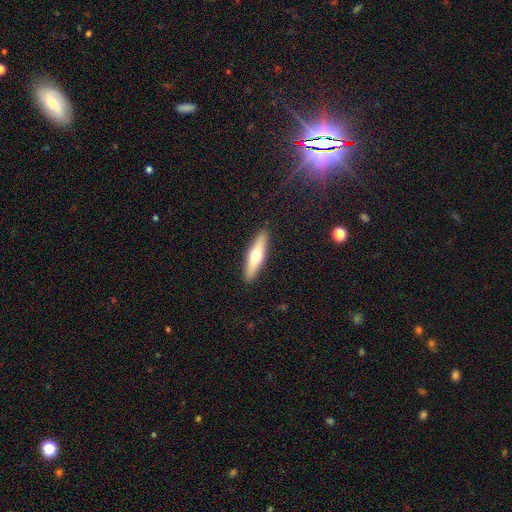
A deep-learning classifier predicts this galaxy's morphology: Q: Smooth or featured?
A: smooth (52%); runner-up: featured or disk (42%)
Q: How rounded?
A: cigar-shaped (73%); runner-up: in between (25%)
Q: Merging?
A: none (90%); runner-up: minor disturbance (7%)